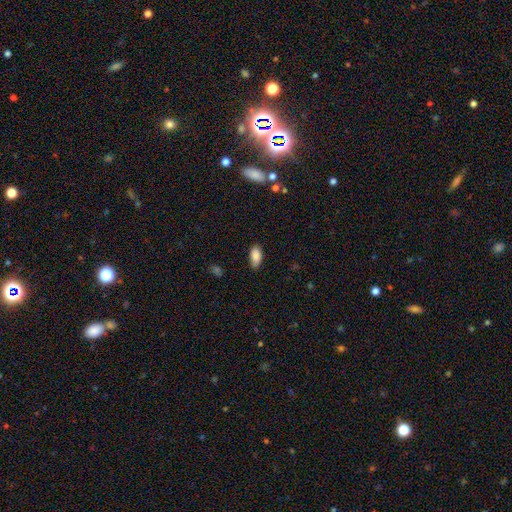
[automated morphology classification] Overall: smooth (88%). How rounded: in between (93%). Merging: none (78%).